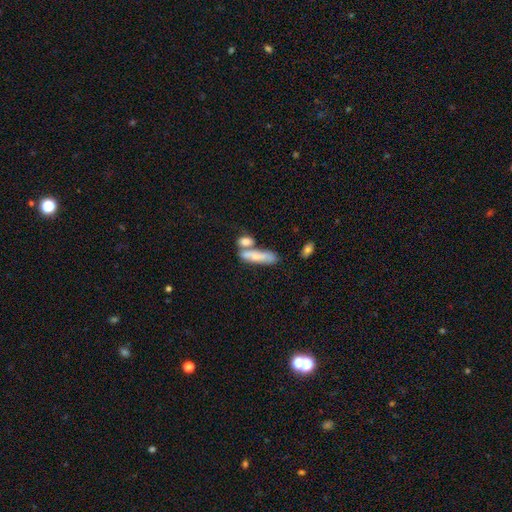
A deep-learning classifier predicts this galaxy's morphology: A smooth galaxy with no disk features (65%) that is cigar-shaped (57%). Merging: merger (43%).